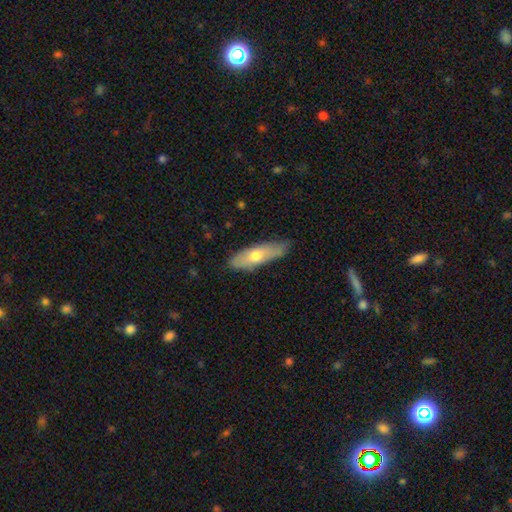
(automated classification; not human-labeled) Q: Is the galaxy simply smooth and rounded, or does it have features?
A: smooth — 59%.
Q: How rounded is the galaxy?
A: cigar-shaped — 52%.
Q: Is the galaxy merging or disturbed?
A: none — 75%.